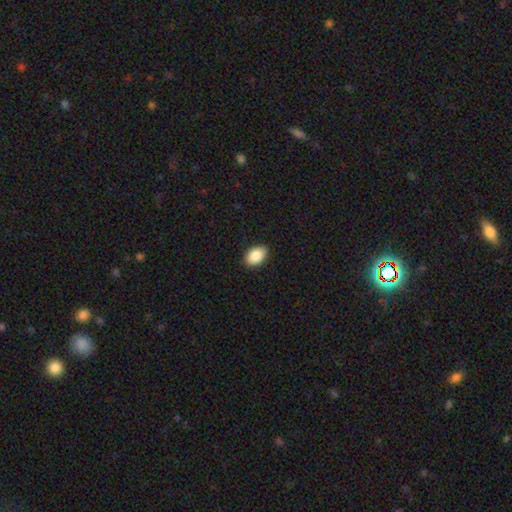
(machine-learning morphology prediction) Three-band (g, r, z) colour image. It shows a smooth galaxy with no disk features (88%) that is in between round and cigar-shaped (88%). Merging: none (89%).